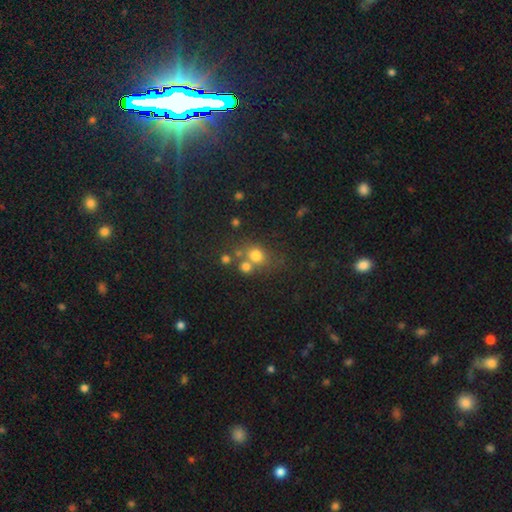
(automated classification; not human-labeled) This is likely a smooth galaxy (71%). How rounded: likely round (72%). Merging: possibly none (54%).